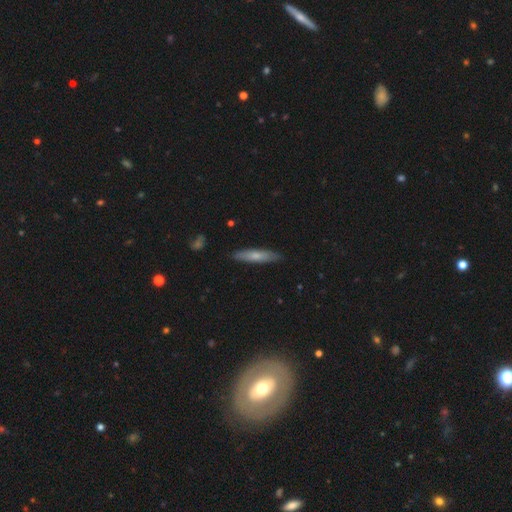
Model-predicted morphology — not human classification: This is likely a smooth galaxy (63%). How rounded: clearly cigar-shaped (86%). Merging: clearly none (87%).